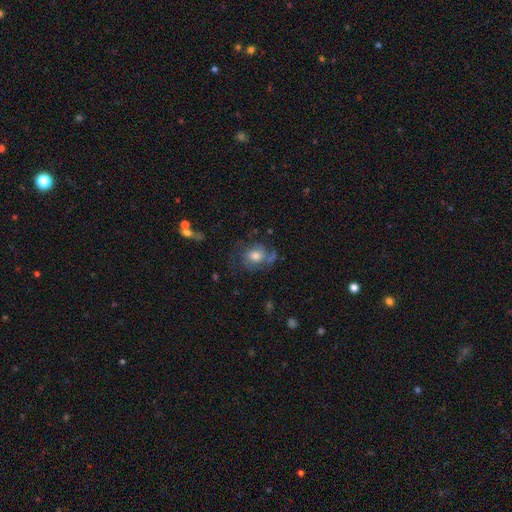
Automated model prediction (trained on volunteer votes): This appears to be a featured or disk galaxy (58%) with no bar (75%), spiral arms (84%) and a moderate central bulge (55%). Merging: none (59%).